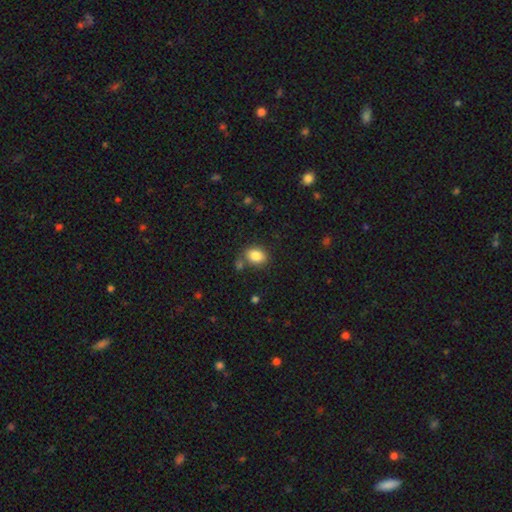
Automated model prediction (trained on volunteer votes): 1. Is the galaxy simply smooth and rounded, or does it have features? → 85% smooth, 9% star or artifact, 6% featured or disk.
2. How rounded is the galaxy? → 62% in between, 37% round, 1% cigar-shaped.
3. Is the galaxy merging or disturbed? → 73% none, 12% minor disturbance, 11% merger, 4% major disturbance.